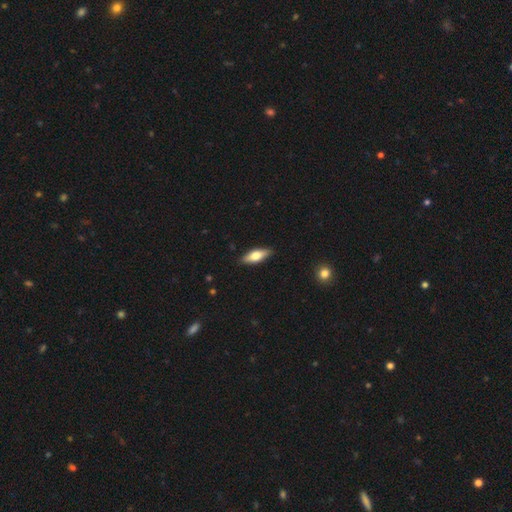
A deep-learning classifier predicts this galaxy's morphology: The model was most divided on "how rounded": in between: 61%, cigar-shaped: 36%, round: 2%. More confident: merging — none (88%); smooth or featured — smooth (62%).